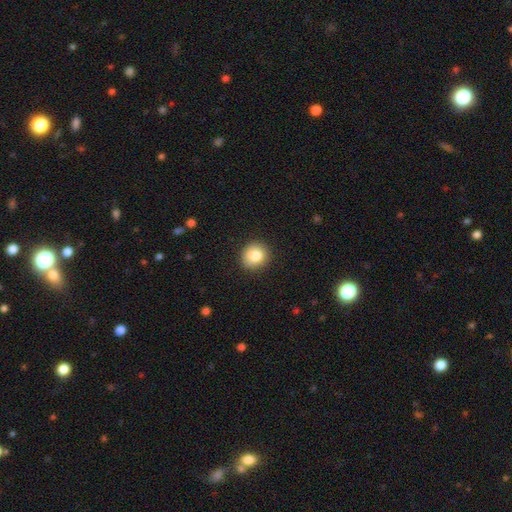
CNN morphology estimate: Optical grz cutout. It shows a smooth galaxy with no disk features (83%) that is round (83%). Merging: none (89%).